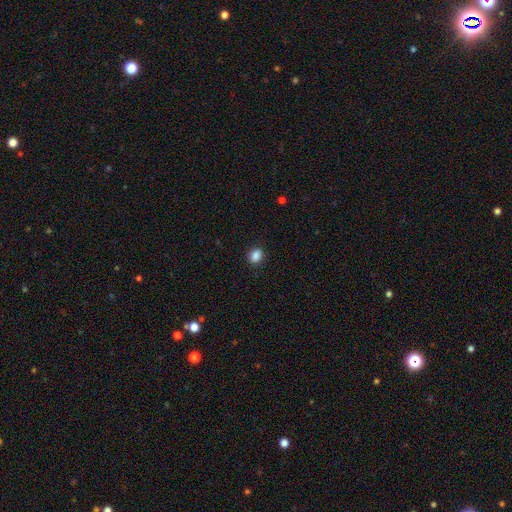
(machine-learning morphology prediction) This appears to be a smooth galaxy with no disk features (87%) that is round (51%). Merging: none (89%).